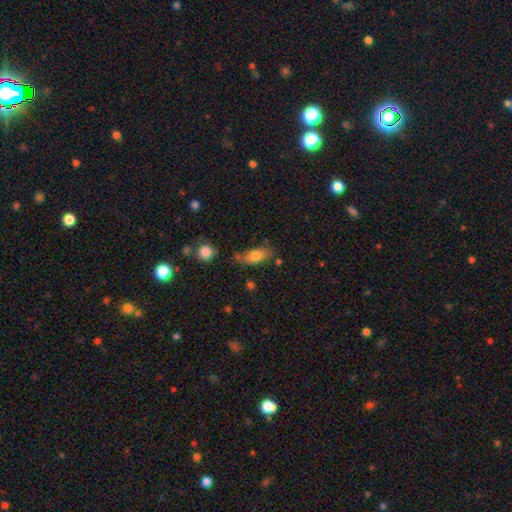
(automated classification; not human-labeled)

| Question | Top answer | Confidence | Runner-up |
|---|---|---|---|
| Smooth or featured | smooth | 75% | featured or disk (17%) |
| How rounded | in between | 83% | cigar-shaped (12%) |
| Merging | none | 64% | minor disturbance (22%) |